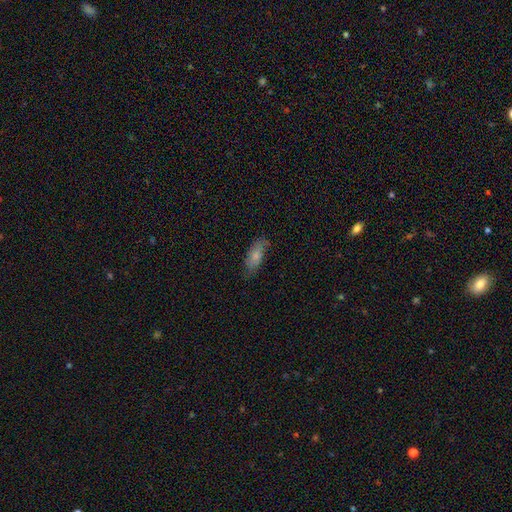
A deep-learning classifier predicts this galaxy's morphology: type=smooth (72%); roundness=in between (78%); merging=none (70%).